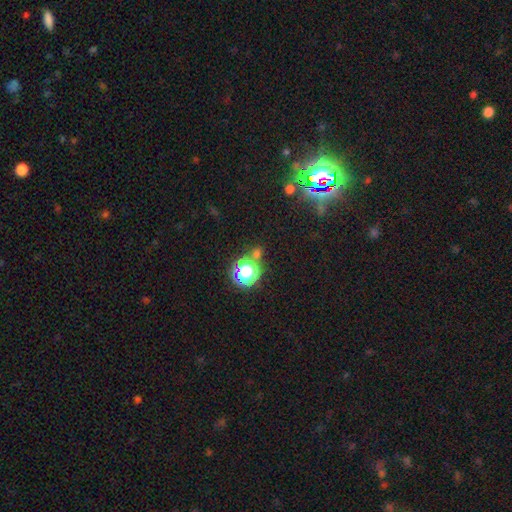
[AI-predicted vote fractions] A star or artifact, not a galaxy (64%).

Vote fractions:
- Smooth or featured? star or artifact: 64% / smooth: 29% / featured or disk: 7%